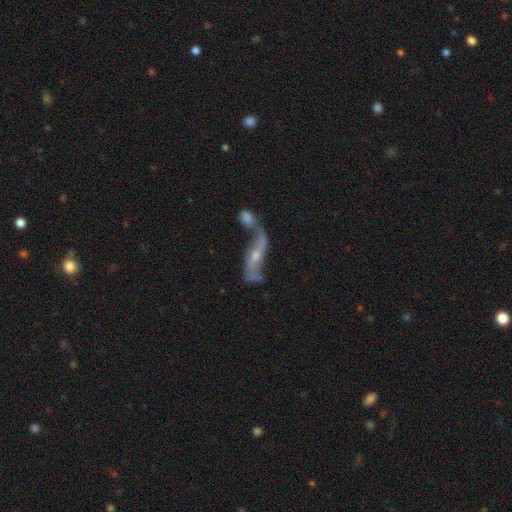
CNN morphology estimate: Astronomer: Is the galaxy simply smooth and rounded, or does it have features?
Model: featured or disk — 79%.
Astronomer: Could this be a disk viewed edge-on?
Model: no — 82%.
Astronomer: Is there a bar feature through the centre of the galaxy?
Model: no — 52% (runner-up: weak, 33%).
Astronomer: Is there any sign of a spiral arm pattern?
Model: yes — 84%.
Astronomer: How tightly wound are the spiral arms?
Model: loose — 84%.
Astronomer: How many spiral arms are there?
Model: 2 — 86%.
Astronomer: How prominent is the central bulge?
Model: small — 51% (runner-up: moderate, 40%).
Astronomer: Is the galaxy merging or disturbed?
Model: merger — 54%.